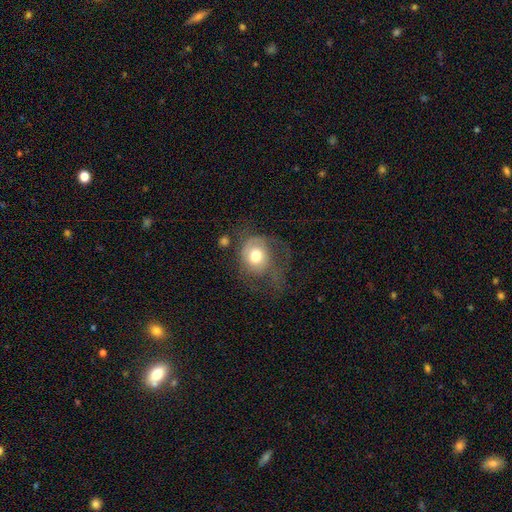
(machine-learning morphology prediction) smooth-or-featured: smooth: 57% | featured or disk: 35% | star or artifact: 9%
  how-rounded: round: 67% | in between: 32% | cigar-shaped: 1%
  merging: major disturbance: 44% | none: 29% | minor disturbance: 22% | merger: 4%